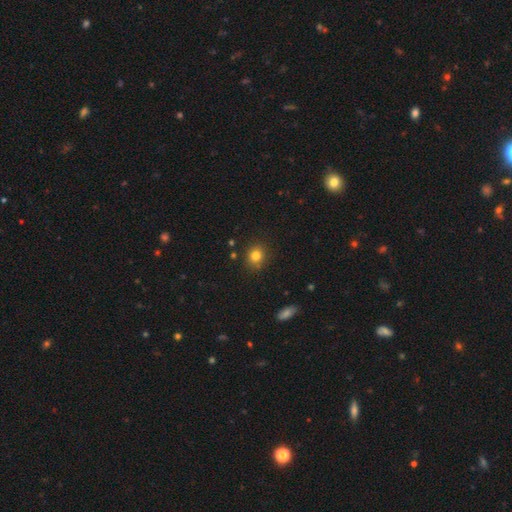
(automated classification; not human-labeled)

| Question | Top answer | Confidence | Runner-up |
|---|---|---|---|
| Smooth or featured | smooth | 81% | star or artifact (12%) |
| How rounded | round | 80% | in between (19%) |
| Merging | none | 85% | minor disturbance (10%) |